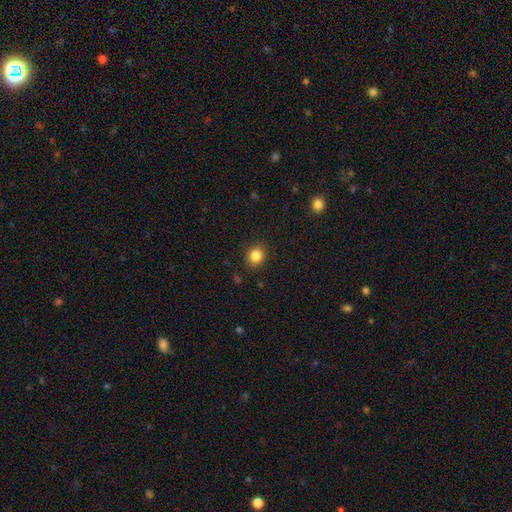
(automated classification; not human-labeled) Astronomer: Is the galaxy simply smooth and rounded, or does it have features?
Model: smooth — 84%.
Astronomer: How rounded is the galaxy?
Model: round — 76%.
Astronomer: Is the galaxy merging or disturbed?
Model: none — 89%.